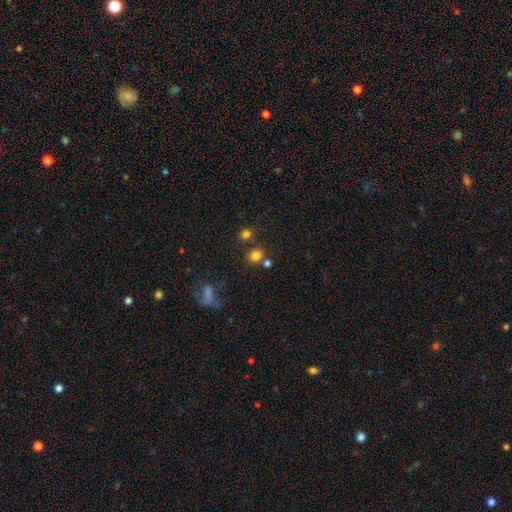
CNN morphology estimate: Smooth or featured? smooth (77%)
How rounded? round (83%)
Merging? none (70%)